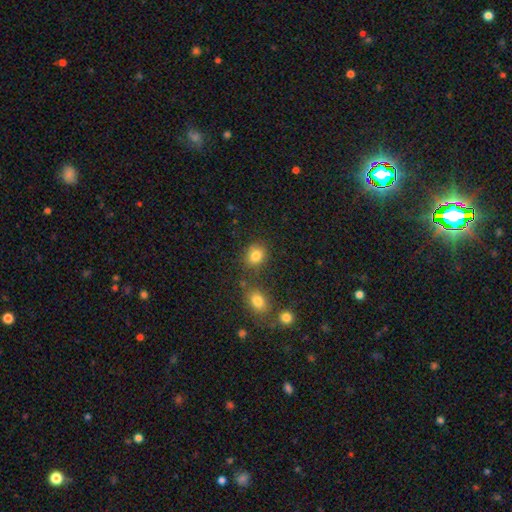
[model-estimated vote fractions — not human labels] Overall: smooth (82%). How rounded: round (57%; in between 42%). Merging: none (74%).